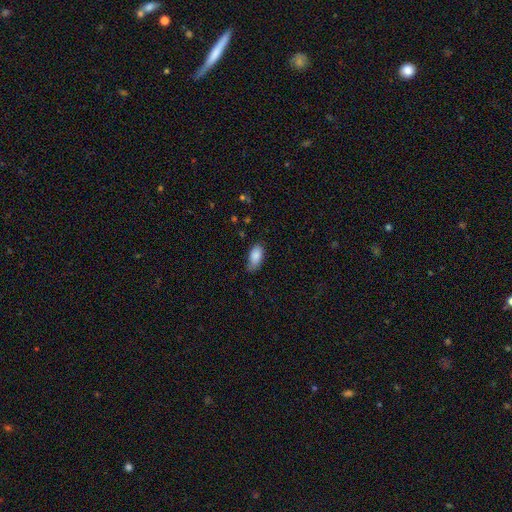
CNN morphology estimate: A smooth galaxy with no disk features (86%) that is in between round and cigar-shaped (92%). Merging: none (60%).